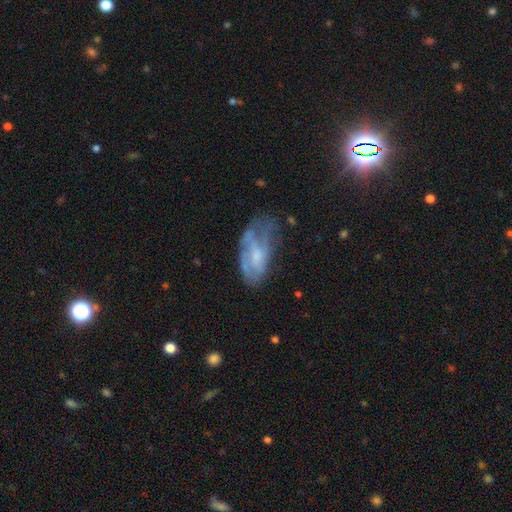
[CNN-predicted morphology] smooth-or-featured: featured or disk: 55% | smooth: 36% | star or artifact: 9%
  disk-edge-on: no: 92% | yes: 8%
    bar: no: 64% | weak: 30% | strong: 6%
    has-spiral-arms: no: 52% | yes: 48%
    bulge-size: small: 39% | moderate: 32% | none: 24% | large: 4% | dominant: 1%
  merging: none: 41% | minor disturbance: 29% | major disturbance: 26% | merger: 4%